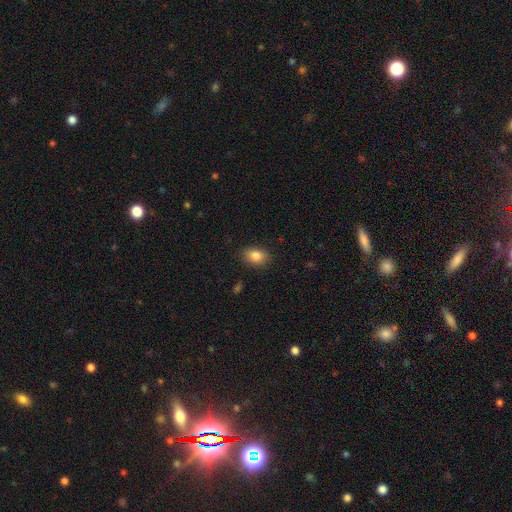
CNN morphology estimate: smooth_or_featured: smooth (p=0.84) [alt: star or artifact p=0.09]
how_rounded: in between (p=0.79) [alt: round p=0.19]
merging: none (p=0.86) [alt: minor disturbance p=0.11]